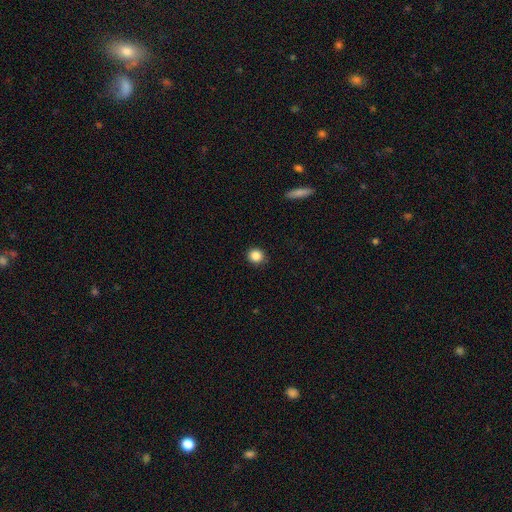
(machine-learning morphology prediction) Overall: smooth (86%). How rounded: round (91%). Merging: none (91%).